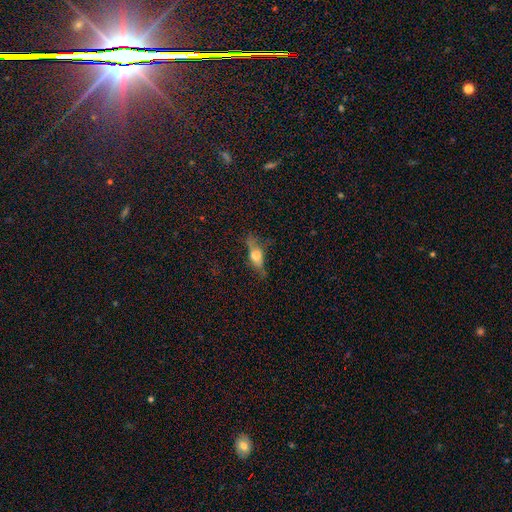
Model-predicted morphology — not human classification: Overall: smooth (46%; featured or disk 42%). Merging: none (59%; minor disturbance 23%).